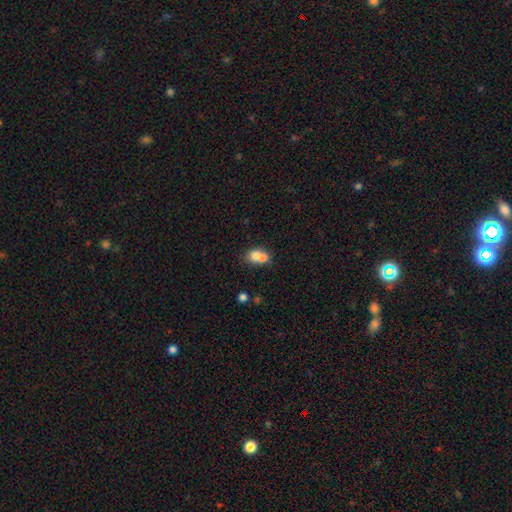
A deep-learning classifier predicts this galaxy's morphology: A smooth galaxy with no disk features (69%) that is round (51%). Merging: merger (69%).